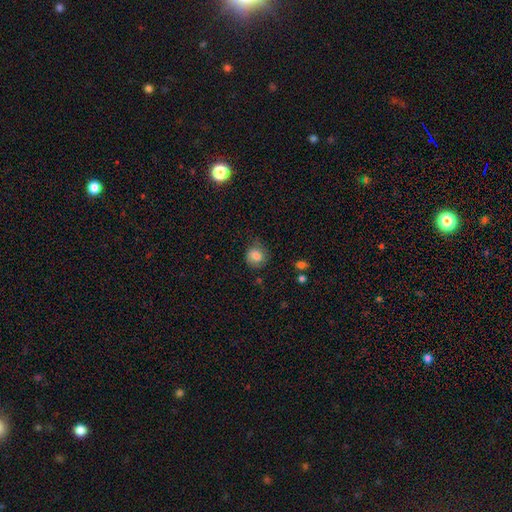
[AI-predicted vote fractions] Q: Smooth or featured?
A: smooth (78%); runner-up: featured or disk (13%)
Q: How rounded?
A: round (80%); runner-up: in between (19%)
Q: Merging?
A: none (64%); runner-up: minor disturbance (25%)